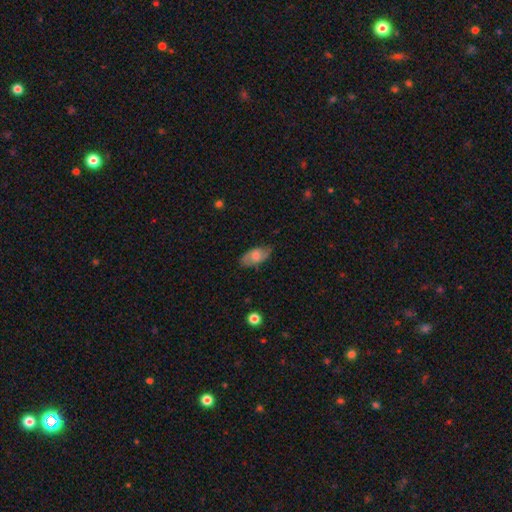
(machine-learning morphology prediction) Q: Smooth or featured?
A: smooth (55%); runner-up: featured or disk (38%)
Q: How rounded?
A: in between (91%); runner-up: round (5%)
Q: Merging?
A: none (75%); runner-up: minor disturbance (20%)